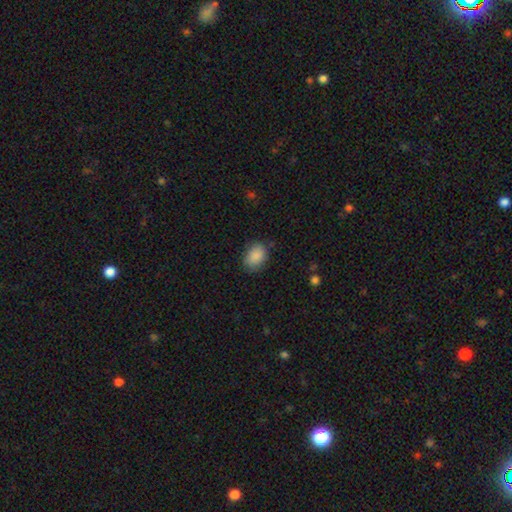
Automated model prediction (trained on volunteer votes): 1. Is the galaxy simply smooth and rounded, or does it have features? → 88% smooth, 8% star or artifact, 4% featured or disk.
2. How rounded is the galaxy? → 75% in between, 24% round, 1% cigar-shaped.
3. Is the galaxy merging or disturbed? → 77% none, 17% minor disturbance, 4% major disturbance, 1% merger.